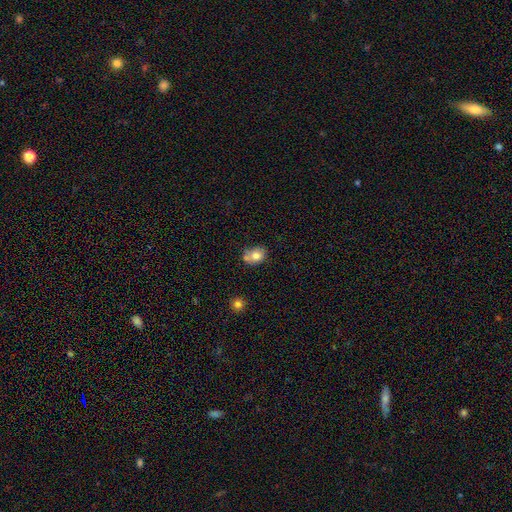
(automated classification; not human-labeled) smooth 75%, featured or disk 15%, star or artifact 10%. Down the decision tree: how rounded — in between (55%); merging — none (50%).